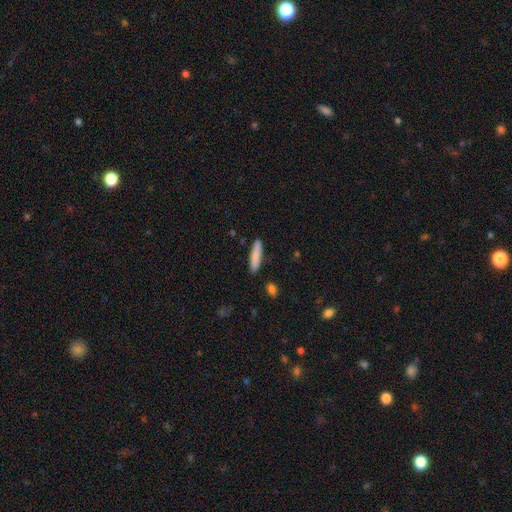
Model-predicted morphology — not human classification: smooth_or_featured: smooth (p=0.84) [alt: featured or disk p=0.11]
how_rounded: cigar-shaped (p=0.85) [alt: in between p=0.14]
merging: none (p=0.89) [alt: minor disturbance p=0.08]